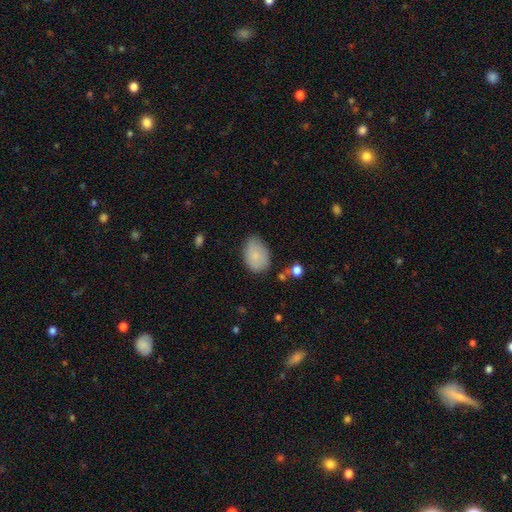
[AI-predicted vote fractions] Smooth or featured? Predicted: smooth (p=0.82). How rounded? Predicted: in between (p=0.85). Merging? Predicted: none (p=0.67).